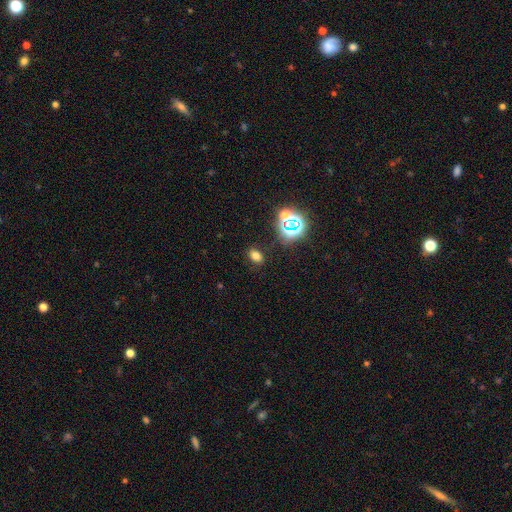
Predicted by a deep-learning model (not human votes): Smooth or featured: smooth — 67% (star or artifact — 25%)
How rounded: in between — 78% (round — 20%)
Merging: none — 84% (minor disturbance — 10%)